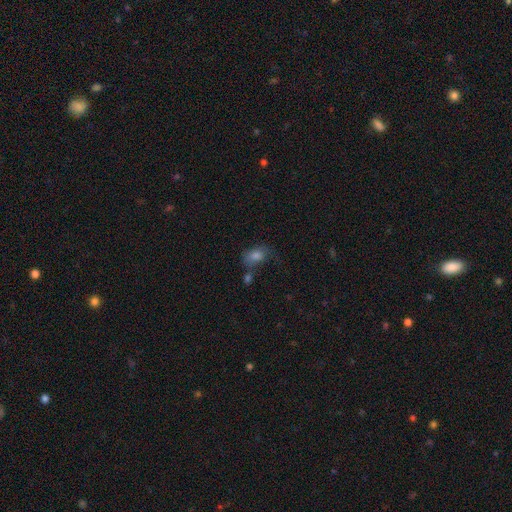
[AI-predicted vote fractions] smooth-or-featured: smooth: 71% | star or artifact: 16% | featured or disk: 13%
  how-rounded: in between: 79% | round: 19% | cigar-shaped: 2%
  merging: none: 46% | minor disturbance: 22% | merger: 17% | major disturbance: 15%